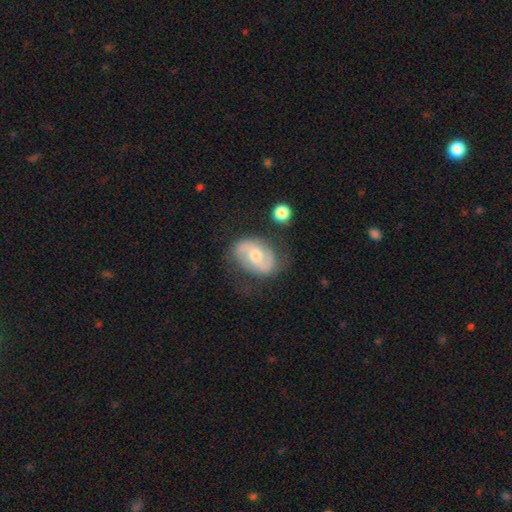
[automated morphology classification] This is likely a featured or disk galaxy (71%). It is clearly not viewed edge-on (97%). Bar: marginally no (42%). Spiral arm pattern: clearly yes (83%). Spiral arm count: clearly 2 (87%). Spiral winding: marginally medium (43%). Central bulge: likely moderate (71%). Merging: likely none (70%).